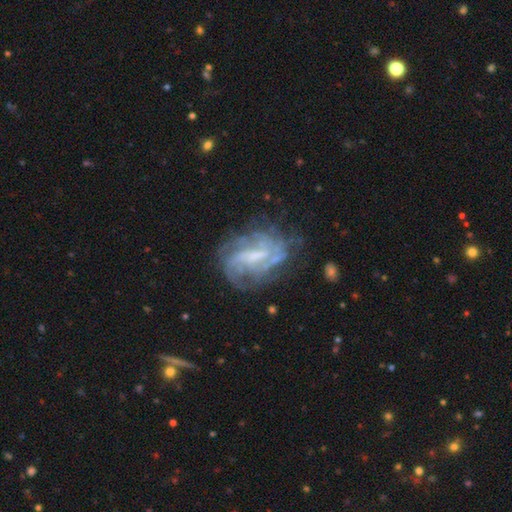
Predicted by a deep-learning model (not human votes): smooth-or-featured: featured or disk: 79% | smooth: 12% | star or artifact: 9%
  disk-edge-on: no: 97% | yes: 3%
    bar: weak: 50% | strong: 27% | no: 23%
    has-spiral-arms: yes: 84% | no: 16%
      spiral-winding: tight: 44% | medium: 39% | loose: 17%
      spiral-arm-count: can't tell: 45% | 2: 17% | 3: 15% | 4: 12% | more than 4: 5% | 1: 5%
    bulge-size: small: 35% | moderate: 30% | none: 30% | large: 5% | dominant: 1%
  merging: none: 60% | minor disturbance: 20% | major disturbance: 17% | merger: 3%